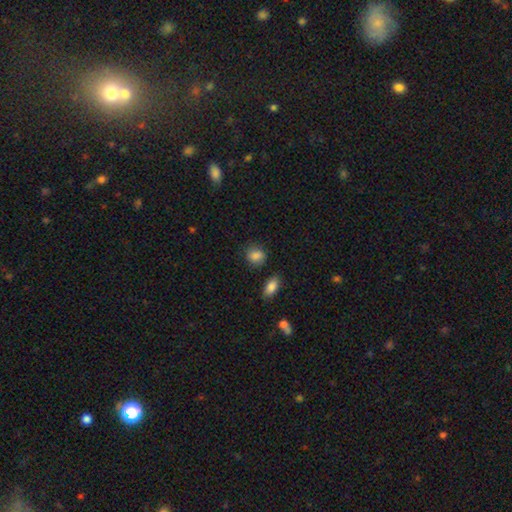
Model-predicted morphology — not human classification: smooth 84%, star or artifact 10%, featured or disk 6%. Down the decision tree: how rounded — round (52%); merging — none (77%).